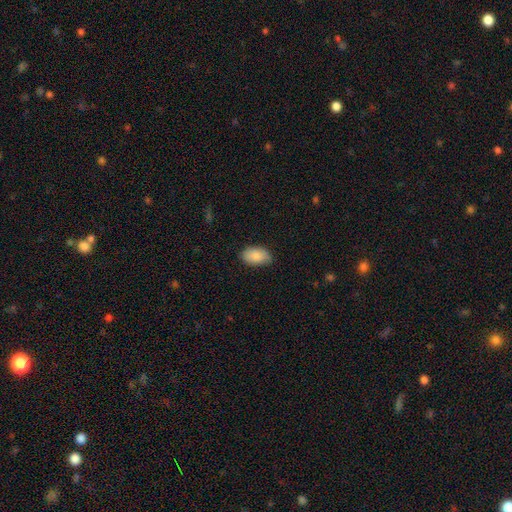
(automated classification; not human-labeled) smooth_or_featured: smooth (p=0.86) [alt: featured or disk p=0.08]
how_rounded: in between (p=0.93) [alt: round p=0.06]
merging: none (p=0.80) [alt: minor disturbance p=0.16]